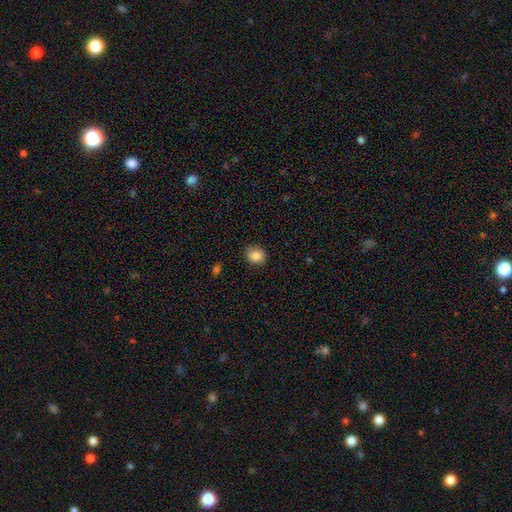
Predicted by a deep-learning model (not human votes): Morphology: type=smooth (86%); roundness=round (68%); merging=none (86%).